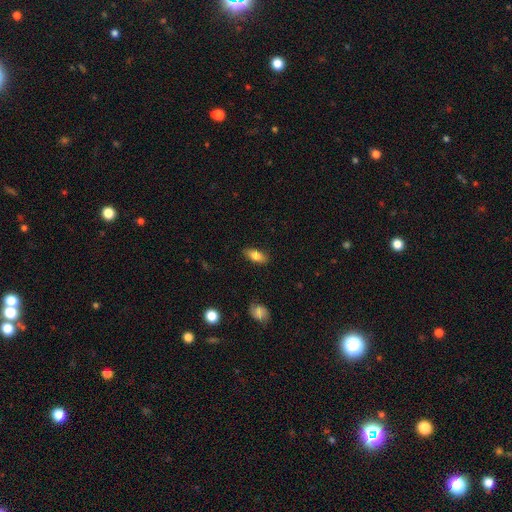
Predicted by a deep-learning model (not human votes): Morphology: type=smooth (79%); roundness=in between (84%); merging=none (87%).